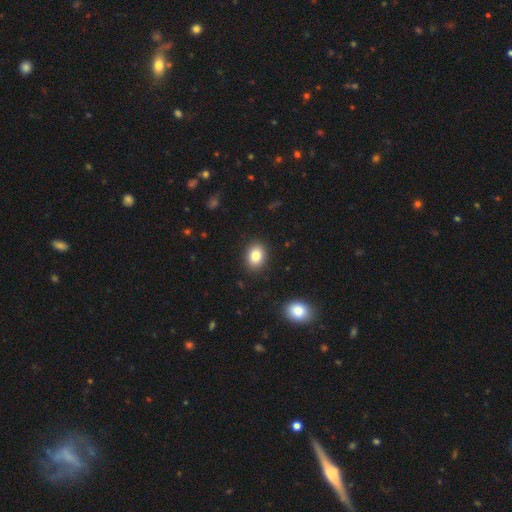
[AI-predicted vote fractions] smooth 83%, star or artifact 9%, featured or disk 8%. Down the decision tree: how rounded — in between (63%); merging — none (89%).